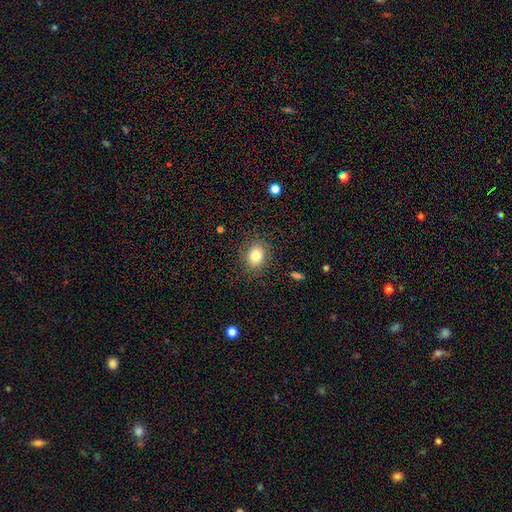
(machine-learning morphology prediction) Overall: smooth (81%). How rounded: in between (52%; round 47%). Merging: none (86%).